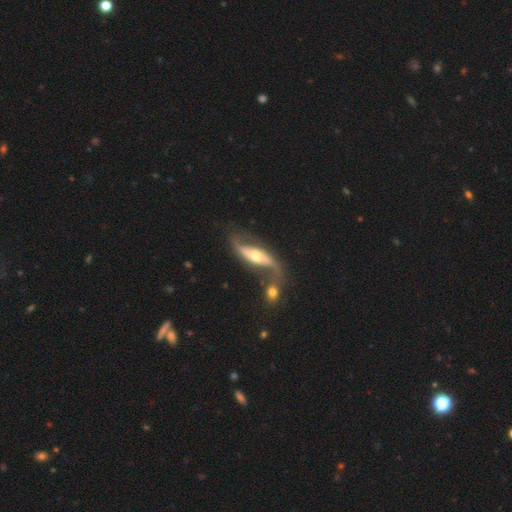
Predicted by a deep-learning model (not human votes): smooth_or_featured: featured or disk (p=0.81) [alt: smooth p=0.14]
disk_edge_on: no (p=0.86) [alt: yes p=0.14]
bar: no (p=0.44) [alt: strong p=0.28]
has_spiral_arms: yes (p=0.89) [alt: no p=0.11]
spiral_winding: loose (p=0.74) [alt: medium p=0.20]
spiral_arm_count: 2 (p=0.90) [alt: can't tell p=0.04]
bulge_size: moderate (p=0.69) [alt: small p=0.15]
merging: none (p=0.43) [alt: merger p=0.28]